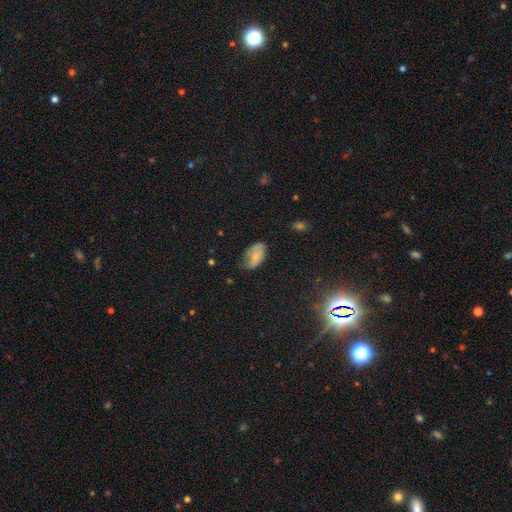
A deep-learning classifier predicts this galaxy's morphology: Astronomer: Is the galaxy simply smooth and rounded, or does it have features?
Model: smooth — 62%.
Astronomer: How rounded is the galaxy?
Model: in between — 92%.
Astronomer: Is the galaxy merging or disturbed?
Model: none — 47% (runner-up: minor disturbance, 37%).